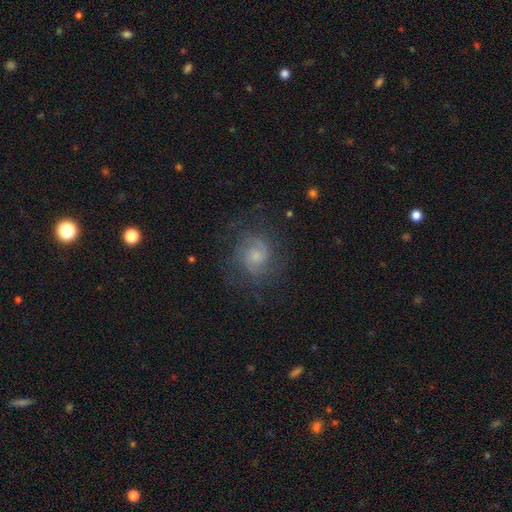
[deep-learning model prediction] A featured or disk galaxy (68%) with no bar (68%), 2 (60%) medium (44%) spiral arms (91%) and a small central bulge (56%).

Vote fractions:
- Smooth or featured? featured or disk: 68% / smooth: 22% / star or artifact: 10%
- Edge-on disk? no: 98% / yes: 2%
- Bar? no: 68% / weak: 29% / strong: 4%
- Spiral arms? yes: 91% / no: 9%
- Spiral winding? medium: 44% / tight: 41% / loose: 16%
- Spiral arm count? 2: 60% / can't tell: 21% / 3: 8% / 1: 4% / 4: 3% / more than 4: 3%
- Bulge size? small: 56% / moderate: 31% / none: 8% / large: 4% / dominant: 1%
- Merging? none: 73% / minor disturbance: 16% / major disturbance: 10% / merger: 1%